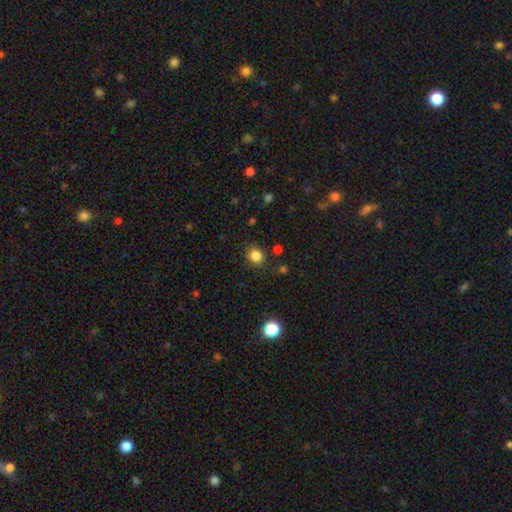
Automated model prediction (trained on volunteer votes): smooth-or-featured: smooth: 84% | star or artifact: 12% | featured or disk: 4%
  how-rounded: round: 70% | in between: 29% | cigar-shaped: 1%
  merging: none: 84% | minor disturbance: 10% | major disturbance: 4% | merger: 3%